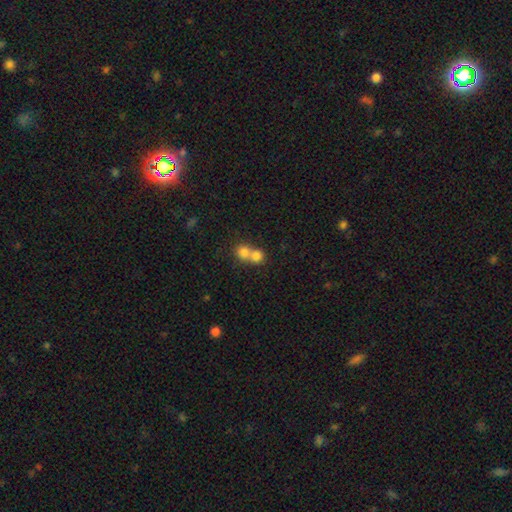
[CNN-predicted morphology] Smooth or featured? smooth (78%)
How rounded? round (82%)
Merging? merger (65%)